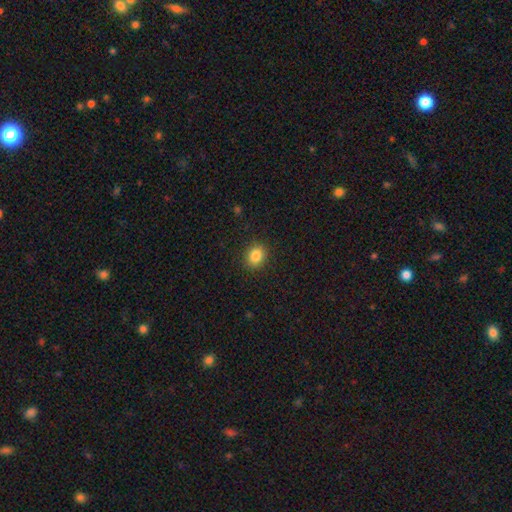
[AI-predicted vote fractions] Morphology: type=smooth (85%); roundness=round (63%); merging=none (90%).